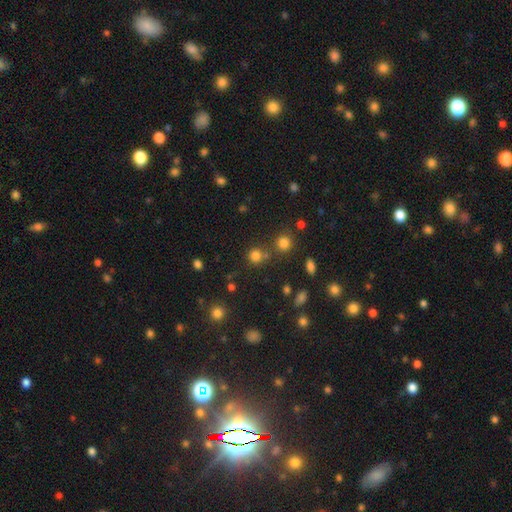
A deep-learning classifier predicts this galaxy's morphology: Smooth or featured? smooth (76%)
How rounded? round (88%)
Merging? none (67%)